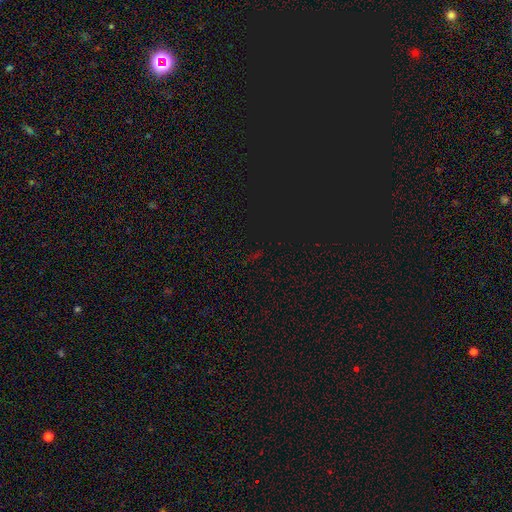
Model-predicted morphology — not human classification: This is likely a star or artifact rather than a galaxy (77%).